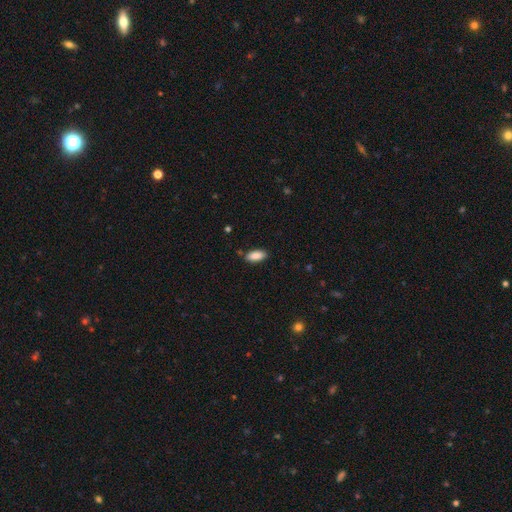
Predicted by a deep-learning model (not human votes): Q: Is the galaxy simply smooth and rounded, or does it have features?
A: smooth — 89%.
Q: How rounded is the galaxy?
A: in between — 88%.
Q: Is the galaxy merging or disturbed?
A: none — 85%.